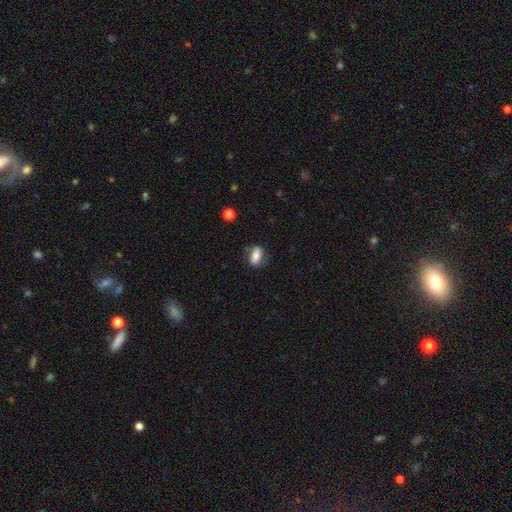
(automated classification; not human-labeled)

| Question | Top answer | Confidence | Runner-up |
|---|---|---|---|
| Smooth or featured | smooth | 73% | featured or disk (19%) |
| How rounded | in between | 84% | round (10%) |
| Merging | none | 70% | minor disturbance (20%) |